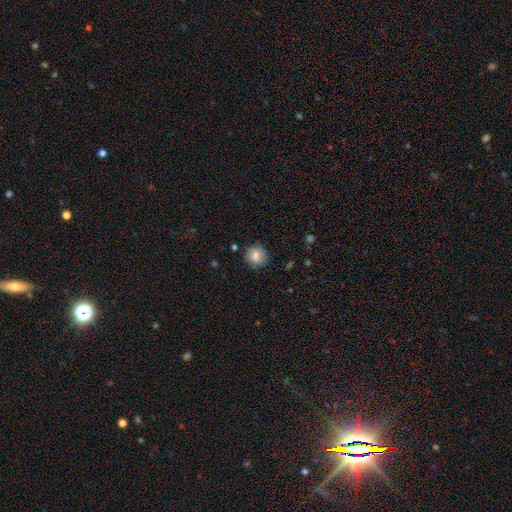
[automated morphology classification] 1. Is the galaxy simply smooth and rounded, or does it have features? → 80% smooth, 11% featured or disk, 9% star or artifact.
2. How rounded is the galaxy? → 88% round, 11% in between, 1% cigar-shaped.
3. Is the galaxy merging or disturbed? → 84% none, 12% minor disturbance, 2% major disturbance, 1% merger.